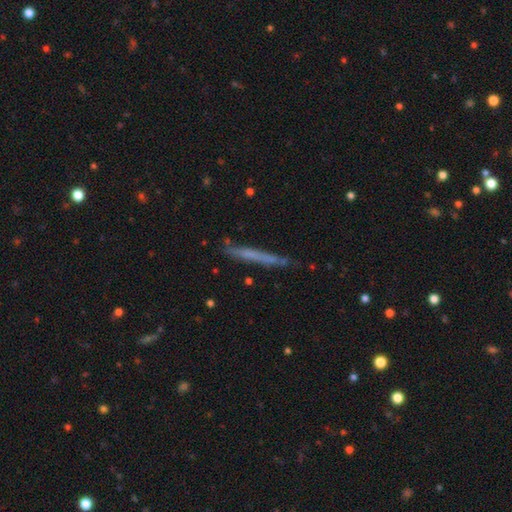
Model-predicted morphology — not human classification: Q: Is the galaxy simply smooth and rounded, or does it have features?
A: smooth — 48%.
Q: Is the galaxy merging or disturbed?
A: none — 79%.